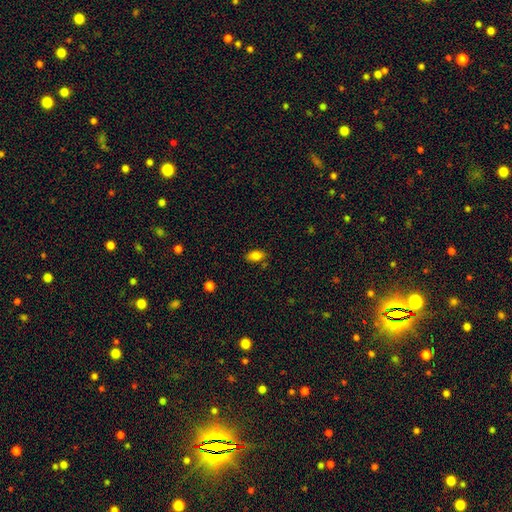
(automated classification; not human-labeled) Overall: smooth (84%). How rounded: in between (89%). Merging: none (79%).